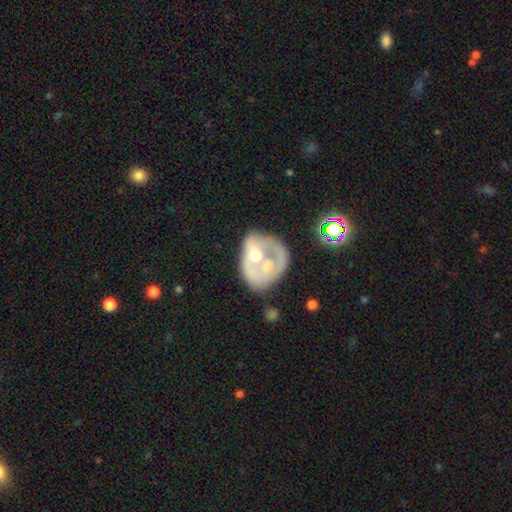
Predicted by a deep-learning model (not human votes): Smooth or featured?
  - featured or disk: 61% *
  - smooth: 30%
  - star or artifact: 9%
Edge-on disk?
  - no: 97% *
  - yes: 3%
Bar?
  - no: 81% *
  - weak: 14%
  - strong: 5%
Spiral arms?
  - no: 76% *
  - yes: 24%
Bulge size?
  - moderate: 63% *
  - small: 26%
  - none: 5%
  - large: 4%
  - dominant: 2%
Merging?
  - merger: 47% *
  - none: 25%
  - major disturbance: 14%
  - minor disturbance: 14%